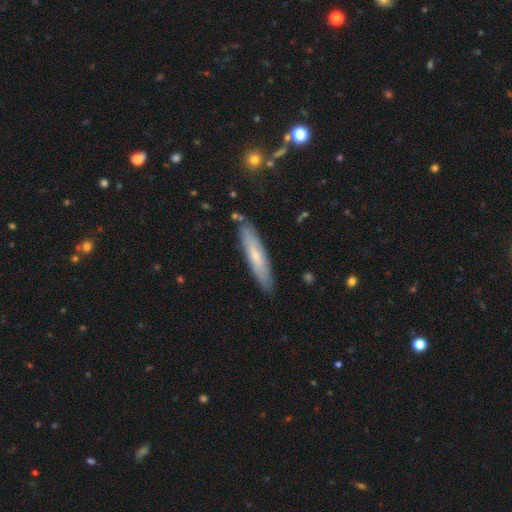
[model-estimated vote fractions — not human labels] The model was most divided on "smooth or featured": smooth: 55%, featured or disk: 39%, star or artifact: 6%. More confident: how rounded — cigar-shaped (88%); merging — none (85%).